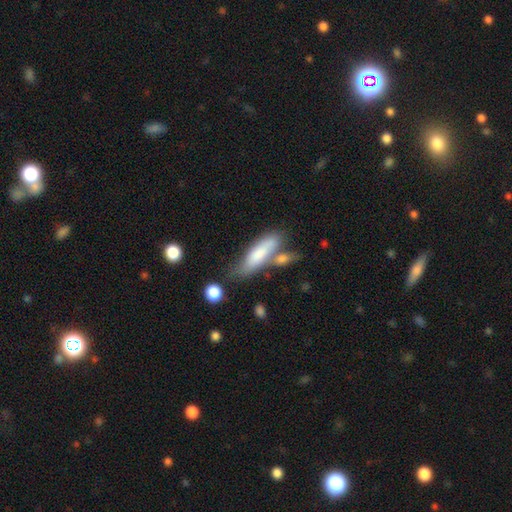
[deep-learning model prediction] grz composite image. It shows a smooth galaxy with no disk features (72%) that is cigar-shaped (50%). Merging: none (43%).